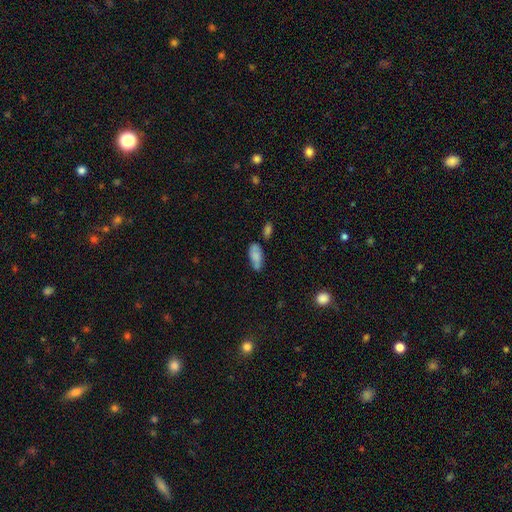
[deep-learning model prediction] Morphology: type=smooth (74%); roundness=in between (83%); merging=none (56%).